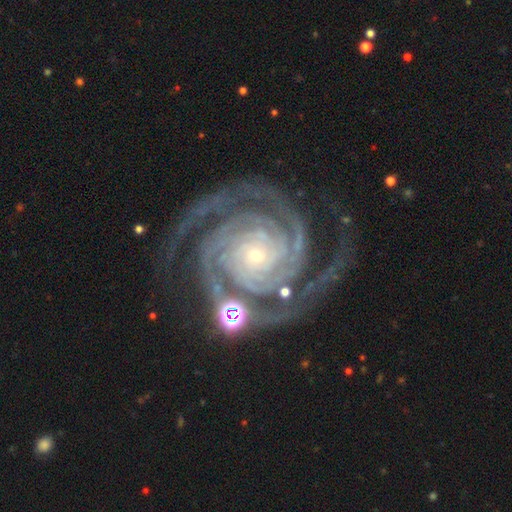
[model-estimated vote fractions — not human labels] Overall: featured or disk (94%). Edge-on disk: no (98%). Bar: no (73%). Spiral arms: yes (99%). Spiral arm count: 2 (51%; 3 22%). Spiral winding: tight (82%). Bulge size: small (83%). Merging: none (74%).